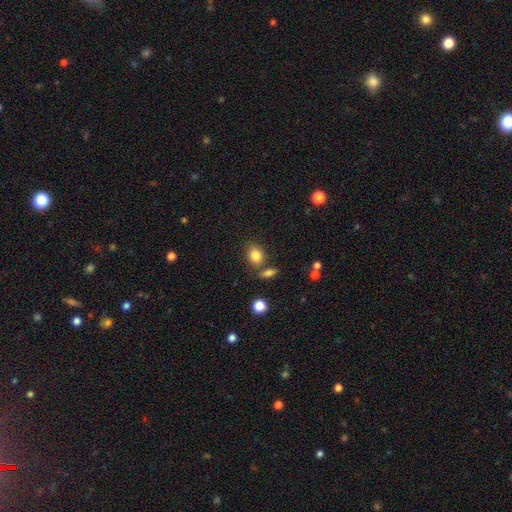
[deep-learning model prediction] Overall: smooth (83%). How rounded: in between (52%; round 47%). Merging: none (69%).